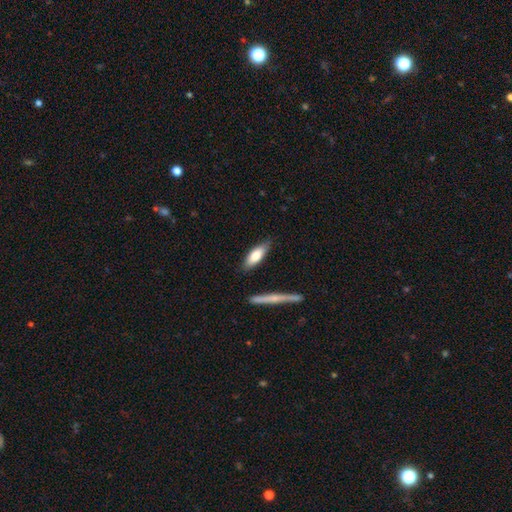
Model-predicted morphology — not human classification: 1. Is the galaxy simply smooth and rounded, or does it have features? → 74% smooth, 21% featured or disk, 5% star or artifact.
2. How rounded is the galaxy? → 56% in between, 42% cigar-shaped, 2% round.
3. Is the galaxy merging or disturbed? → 81% none, 13% minor disturbance, 3% merger, 3% major disturbance.